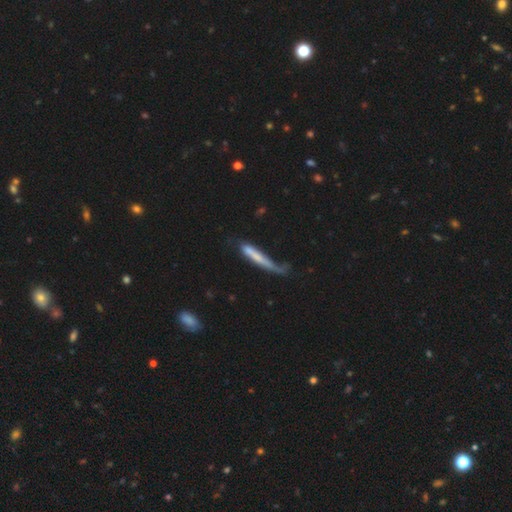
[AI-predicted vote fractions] A smooth galaxy with no disk features (58%) that is cigar-shaped (92%).

Vote fractions:
- Smooth or featured? smooth: 58% / featured or disk: 34% / star or artifact: 7%
- How rounded? cigar-shaped: 92% / in between: 7% / round: 1%
- Merging? none: 36% / minor disturbance: 30% / major disturbance: 27% / merger: 8%